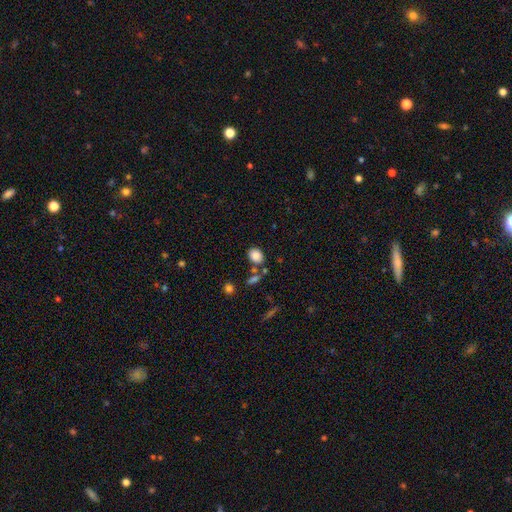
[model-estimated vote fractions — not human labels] A smooth galaxy with no disk features (85%) that is in between round and cigar-shaped (69%). Merging: none (70%).